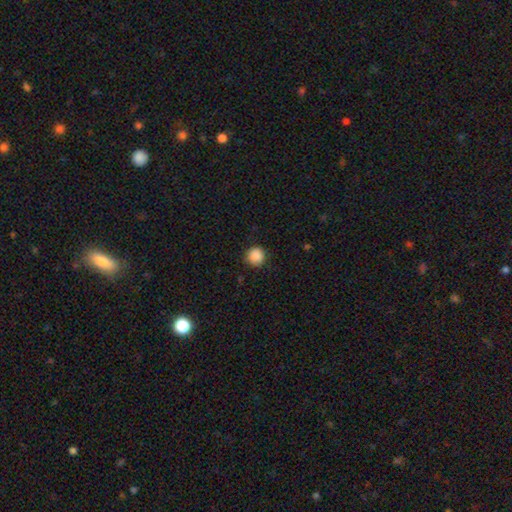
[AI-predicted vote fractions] A smooth galaxy with no disk features (88%) that is round (94%).

Vote fractions:
- Smooth or featured? smooth: 88% / star or artifact: 9% / featured or disk: 2%
- How rounded? round: 94% / in between: 5% / cigar-shaped: 1%
- Merging? none: 87% / minor disturbance: 10% / major disturbance: 3% / merger: 1%